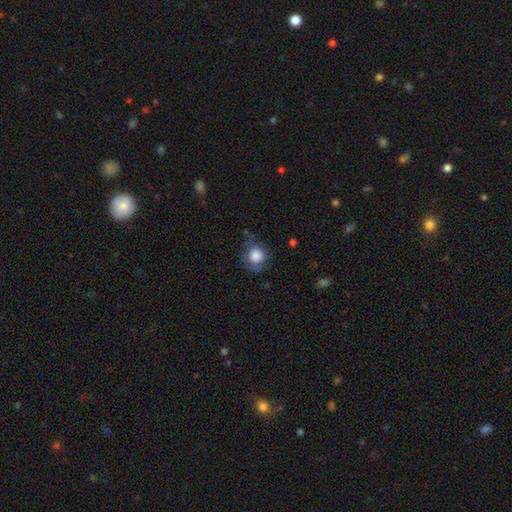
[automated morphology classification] A smooth galaxy with no disk features (80%) that is round (86%). Merging: none (68%).